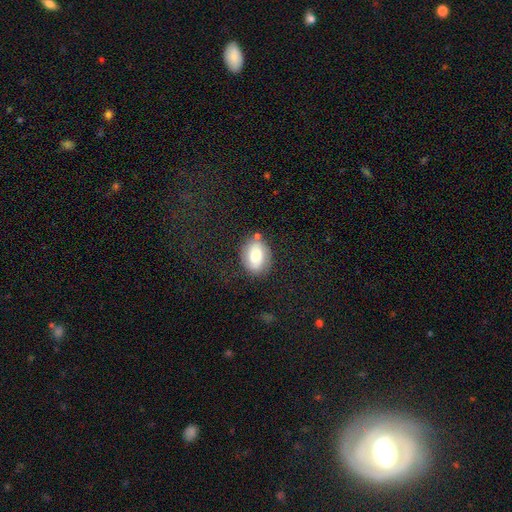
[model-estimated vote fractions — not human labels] A smooth galaxy with no disk features (65%) that is in between round and cigar-shaped (79%). Merging: none (72%).